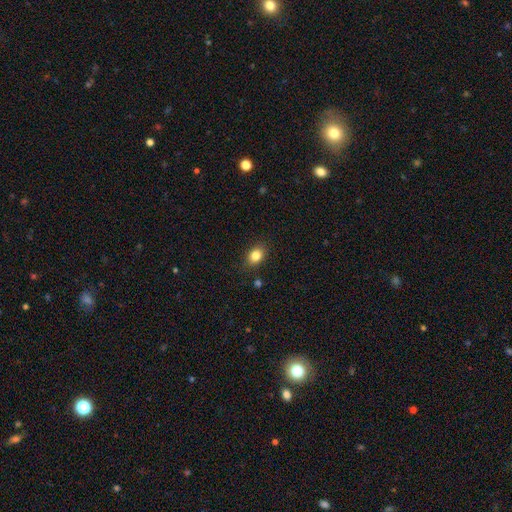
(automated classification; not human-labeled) Smooth or featured? smooth (83%)
How rounded? in between (66%)
Merging? none (85%)